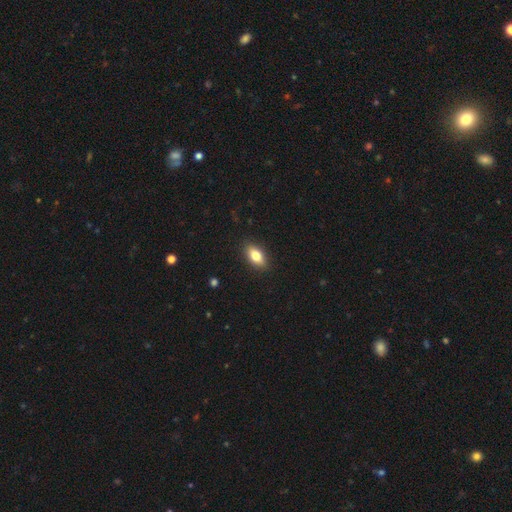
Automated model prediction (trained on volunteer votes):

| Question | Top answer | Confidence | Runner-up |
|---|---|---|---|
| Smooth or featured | smooth | 78% | featured or disk (14%) |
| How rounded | in between | 86% | cigar-shaped (7%) |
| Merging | none | 89% | minor disturbance (8%) |